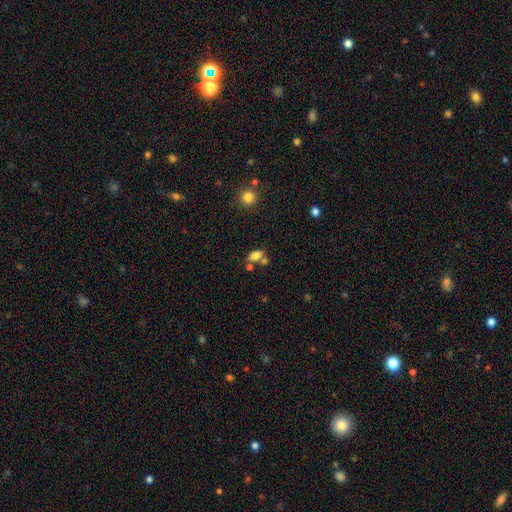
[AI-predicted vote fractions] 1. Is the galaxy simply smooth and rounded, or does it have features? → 78% smooth, 11% featured or disk, 11% star or artifact.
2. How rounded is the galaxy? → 86% in between, 8% round, 6% cigar-shaped.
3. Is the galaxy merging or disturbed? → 53% none, 29% merger, 13% minor disturbance, 5% major disturbance.